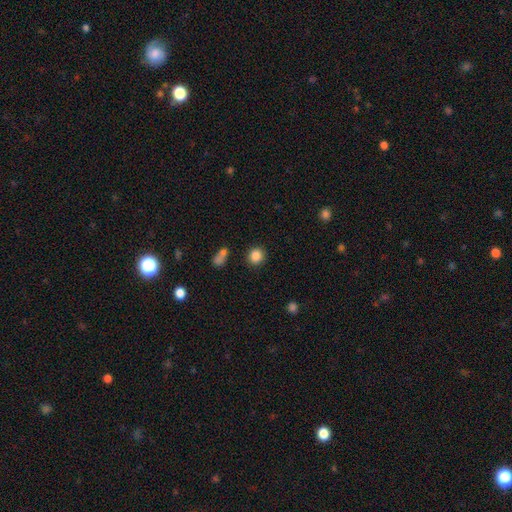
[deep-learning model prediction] smooth_or_featured: smooth (p=0.86) [alt: star or artifact p=0.10]
how_rounded: round (p=0.87) [alt: in between p=0.12]
merging: none (p=0.86) [alt: minor disturbance p=0.07]